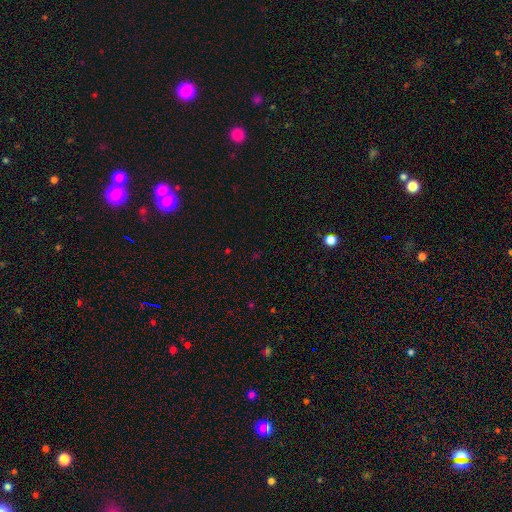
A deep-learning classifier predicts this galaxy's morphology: smooth-or-featured: star or artifact: 65% | smooth: 28% | featured or disk: 7%